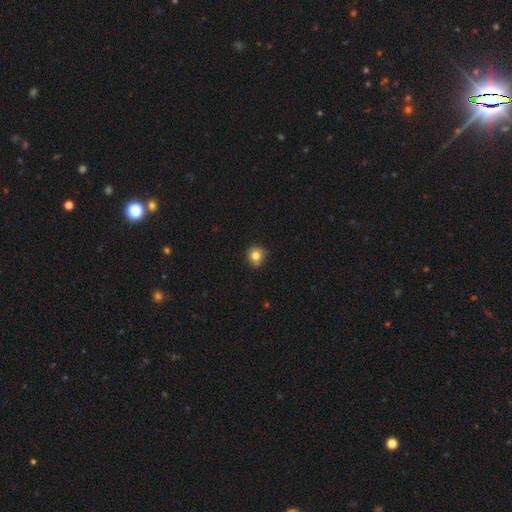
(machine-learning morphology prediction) A smooth galaxy with no disk features (80%) that is round (90%).

Vote fractions:
- Smooth or featured? smooth: 80% / star or artifact: 12% / featured or disk: 8%
- How rounded? round: 90% / in between: 9% / cigar-shaped: 1%
- Merging? none: 79% / minor disturbance: 15% / merger: 3% / major disturbance: 3%